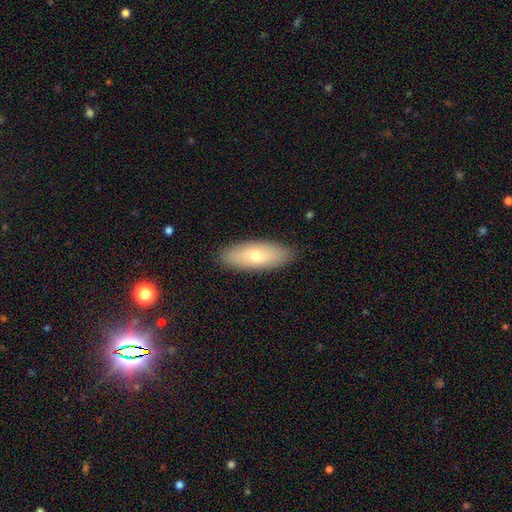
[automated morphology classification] Overall: smooth (65%; featured or disk 28%). How rounded: in between (73%). Merging: none (88%).